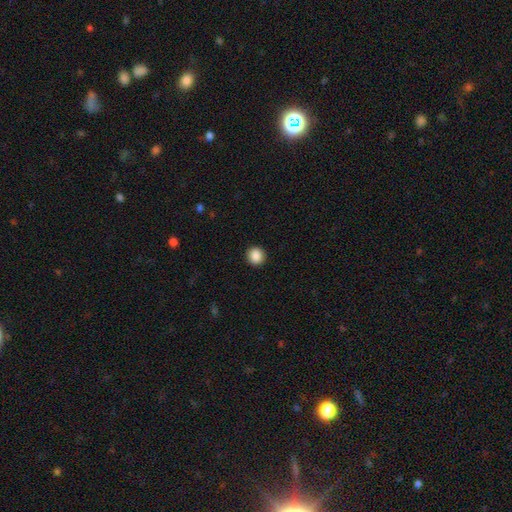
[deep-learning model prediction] Overall: smooth (88%). How rounded: round (89%). Merging: none (92%).